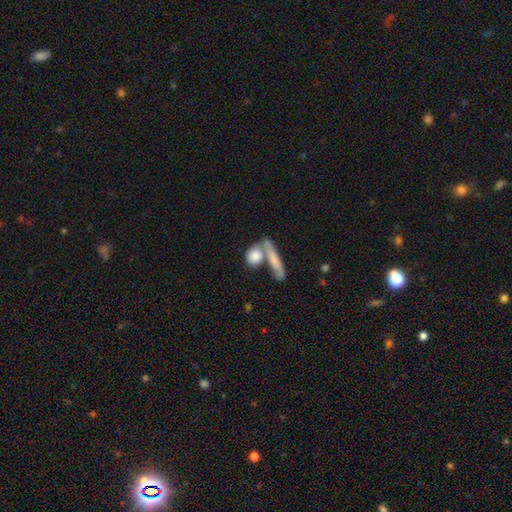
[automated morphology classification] Smooth or featured: smooth — 78% (featured or disk — 15%)
How rounded: round — 43% (in between — 36%)
Merging: none — 44% (merger — 37%)